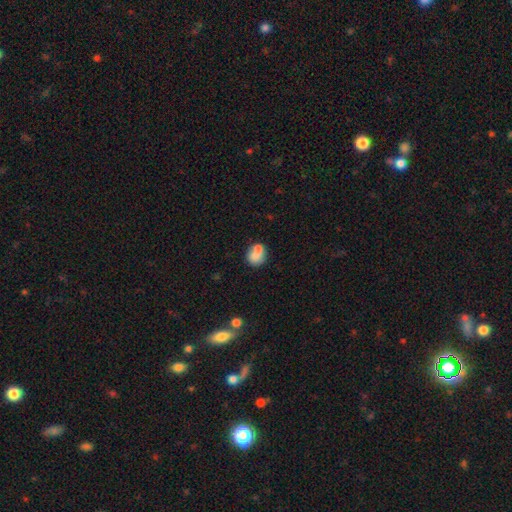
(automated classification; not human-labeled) The model was most divided on "merging" (2-way tie): none: 40%, merger: 40%, minor disturbance: 15%, major disturbance: 6%. More confident: smooth or featured — smooth (74%); how rounded — round (61%).